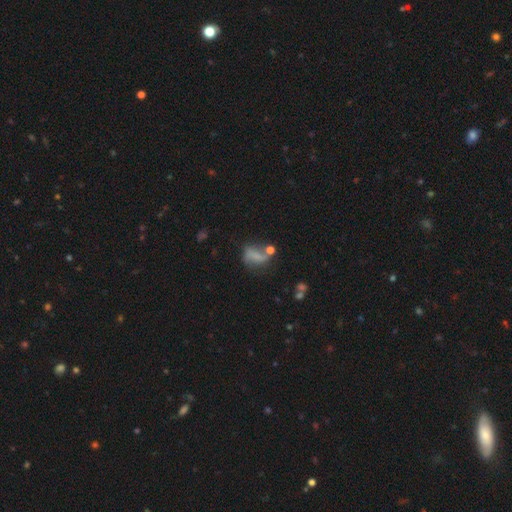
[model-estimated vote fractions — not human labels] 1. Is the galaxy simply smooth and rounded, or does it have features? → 52% smooth, 33% featured or disk, 15% star or artifact.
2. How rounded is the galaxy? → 72% in between, 20% round, 8% cigar-shaped.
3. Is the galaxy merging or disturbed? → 32% none, 24% major disturbance, 22% minor disturbance, 22% merger.